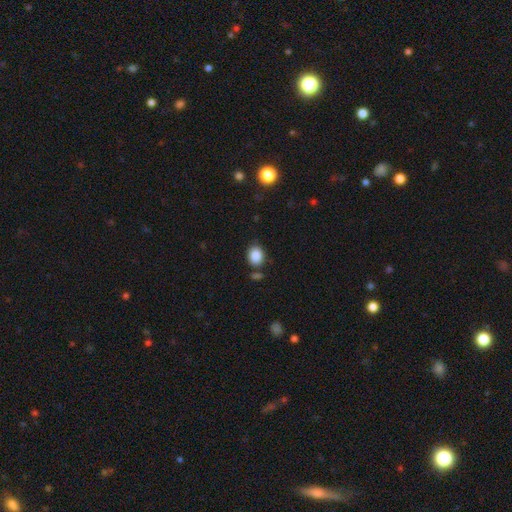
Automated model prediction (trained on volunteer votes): smooth-or-featured: smooth: 86% | star or artifact: 9% | featured or disk: 4%
  how-rounded: in between: 51% | round: 48% | cigar-shaped: 1%
  merging: none: 77% | minor disturbance: 13% | merger: 6% | major disturbance: 3%